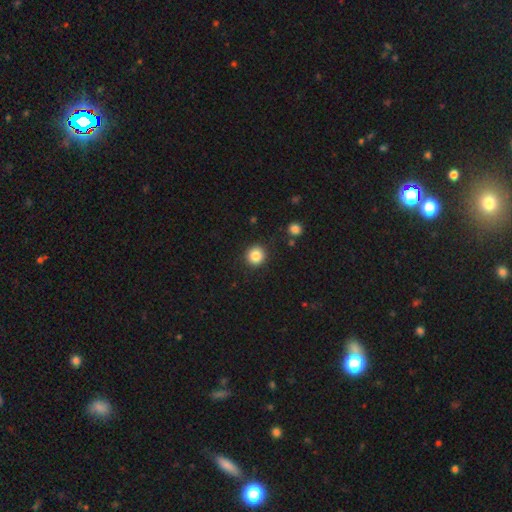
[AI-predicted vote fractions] This appears to be a smooth galaxy with no disk features (85%) that is round (92%). Merging: none (90%).